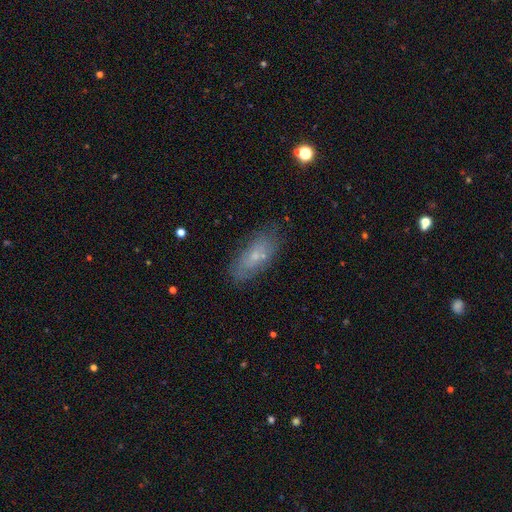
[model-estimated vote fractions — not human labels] Smooth or featured: smooth — 54% (featured or disk — 36%)
How rounded: in between — 76% (cigar-shaped — 20%)
Merging: none — 71% (minor disturbance — 20%)